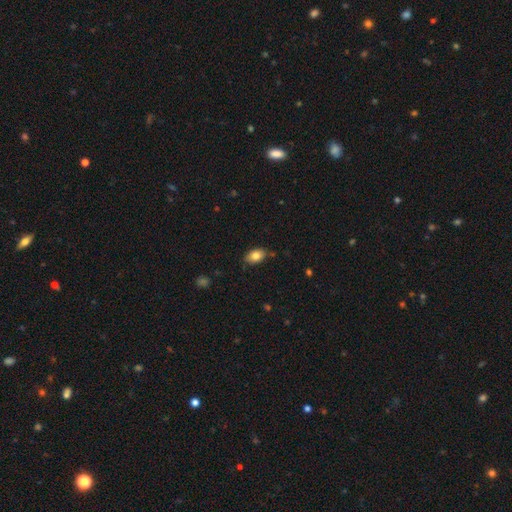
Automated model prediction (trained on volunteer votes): Smooth or featured? smooth (83%)
How rounded? in between (87%)
Merging? none (81%)